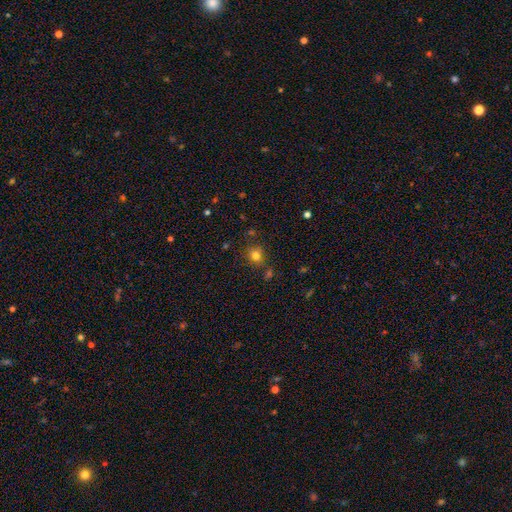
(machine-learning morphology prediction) smooth_or_featured: smooth (p=0.77) [alt: star or artifact p=0.16]
how_rounded: round (p=0.81) [alt: in between p=0.18]
merging: none (p=0.79) [alt: minor disturbance p=0.12]